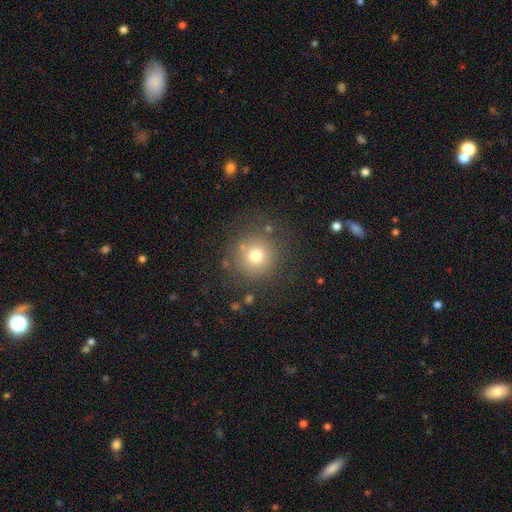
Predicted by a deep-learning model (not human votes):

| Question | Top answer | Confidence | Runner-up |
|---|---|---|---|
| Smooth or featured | smooth | 74% | star or artifact (14%) |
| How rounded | round | 94% | in between (5%) |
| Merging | none | 81% | minor disturbance (10%) |